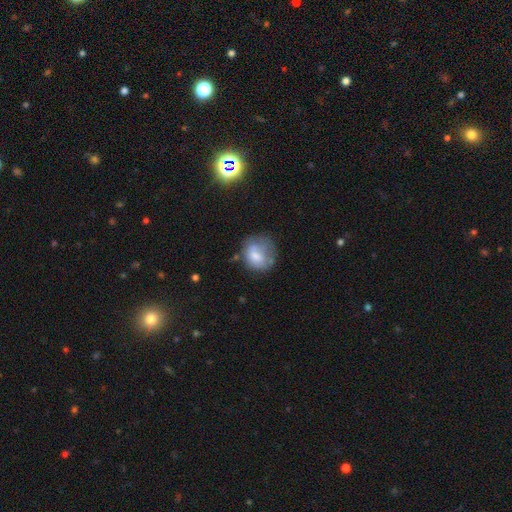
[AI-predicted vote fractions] smooth_or_featured: smooth (p=0.67) [alt: featured or disk p=0.24]
how_rounded: round (p=0.68) [alt: in between p=0.31]
merging: none (p=0.44) [alt: minor disturbance p=0.28]